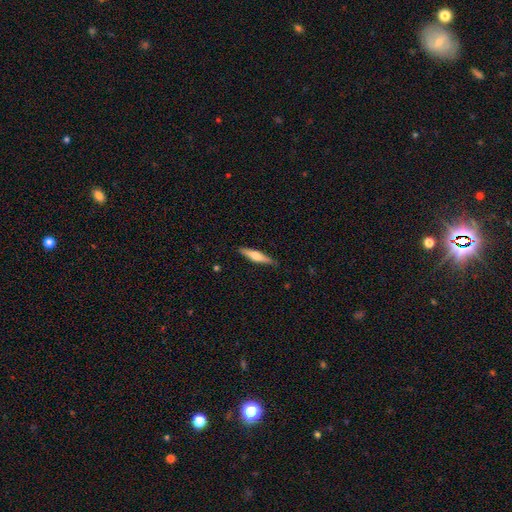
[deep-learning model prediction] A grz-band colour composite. It shows a smooth galaxy with no disk features (52%) that is cigar-shaped (82%). Merging: none (87%).